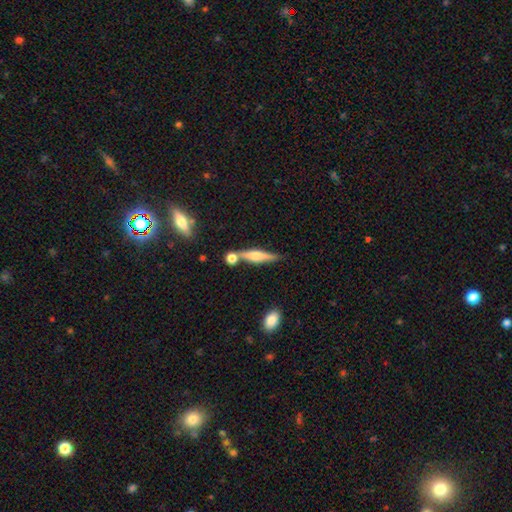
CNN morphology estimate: The model was most divided on "smooth or featured": featured or disk: 59%, smooth: 34%, star or artifact: 7%. More confident: edge-on disk — yes (95%); edge-on bulge — rounded (82%); merging — none (69%).